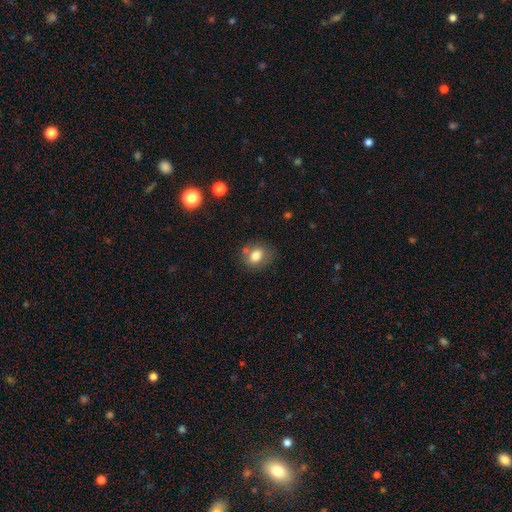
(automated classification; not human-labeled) A smooth galaxy with no disk features (79%) that is in between round and cigar-shaped (51%).

Vote fractions:
- Smooth or featured? smooth: 79% / featured or disk: 11% / star or artifact: 10%
- How rounded? in between: 51% / round: 48% / cigar-shaped: 1%
- Merging? none: 65% / minor disturbance: 18% / merger: 12% / major disturbance: 6%